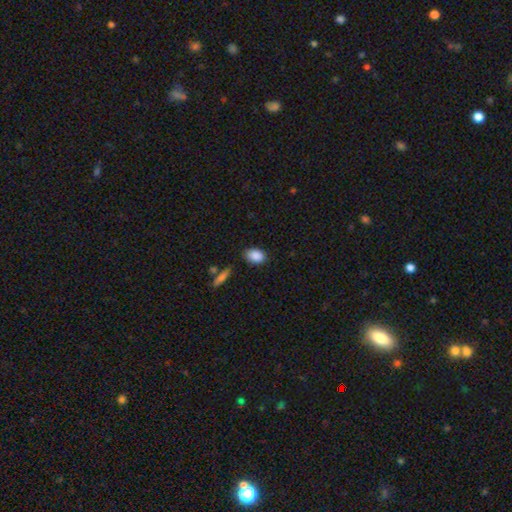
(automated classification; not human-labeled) smooth 88%, star or artifact 7%, featured or disk 4%. Down the decision tree: how rounded — in between (85%); merging — none (81%).